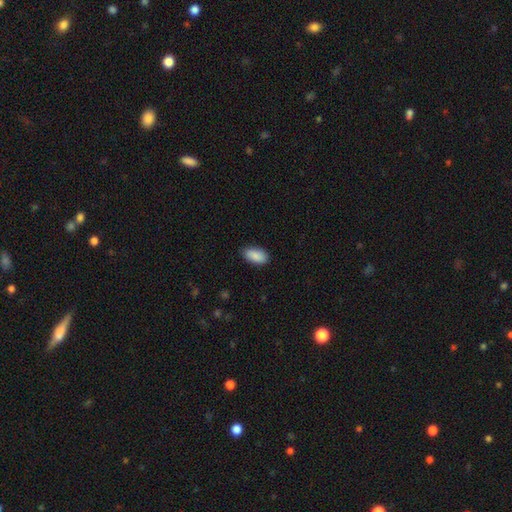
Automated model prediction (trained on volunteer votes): smooth 89%, star or artifact 6%, featured or disk 5%. Down the decision tree: how rounded — in between (93%); merging — none (86%).